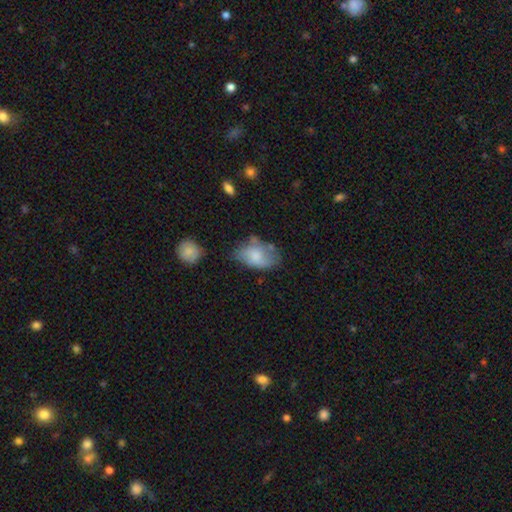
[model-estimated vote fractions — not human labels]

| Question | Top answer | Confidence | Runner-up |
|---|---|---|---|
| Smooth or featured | smooth | 68% | featured or disk (24%) |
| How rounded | in between | 88% | round (10%) |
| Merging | none | 41% | minor disturbance (35%) |